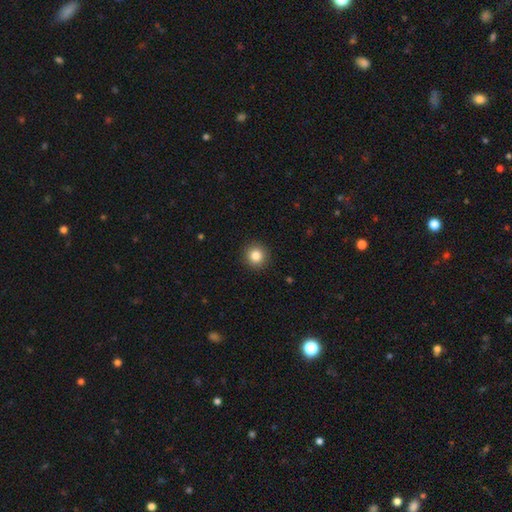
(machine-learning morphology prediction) Smooth or featured: smooth — 84% (star or artifact — 10%)
How rounded: round — 94% (in between — 5%)
Merging: none — 92% (minor disturbance — 5%)